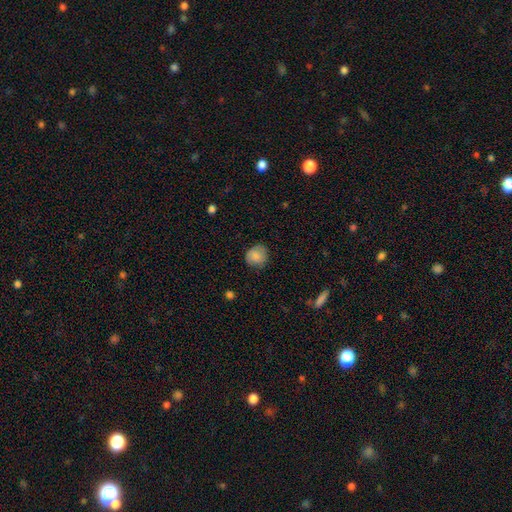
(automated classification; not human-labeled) Q: Smooth or featured?
A: smooth (83%); runner-up: featured or disk (9%)
Q: How rounded?
A: round (80%); runner-up: in between (19%)
Q: Merging?
A: none (75%); runner-up: minor disturbance (20%)